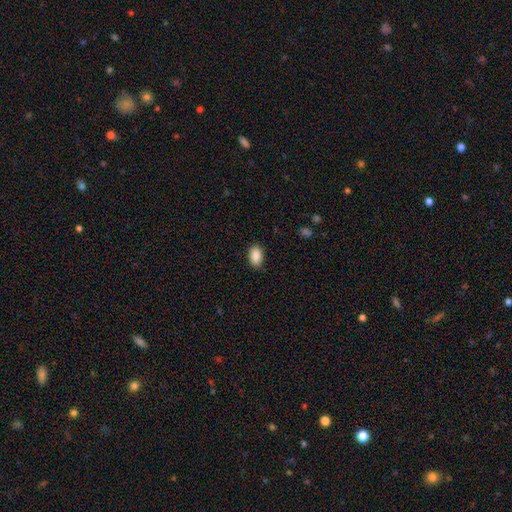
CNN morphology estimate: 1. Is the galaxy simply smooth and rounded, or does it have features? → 88% smooth, 7% star or artifact, 5% featured or disk.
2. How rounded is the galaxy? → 92% in between, 6% round, 2% cigar-shaped.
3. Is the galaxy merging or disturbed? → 88% none, 9% minor disturbance, 2% major disturbance, 1% merger.